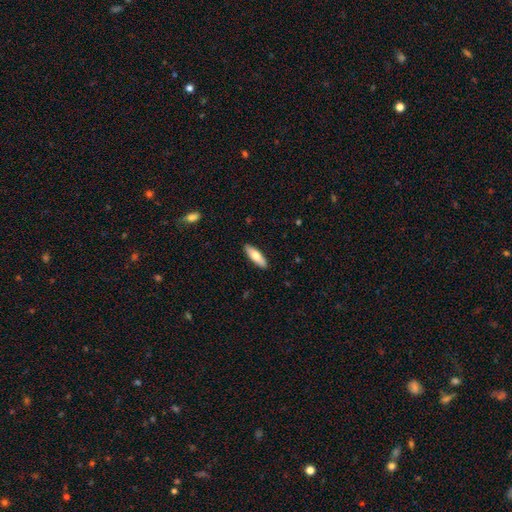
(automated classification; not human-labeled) smooth_or_featured: smooth (p=0.68) [alt: featured or disk p=0.27]
how_rounded: cigar-shaped (p=0.49) [tied with: in between p=0.49]
merging: none (p=0.90) [alt: minor disturbance p=0.08]